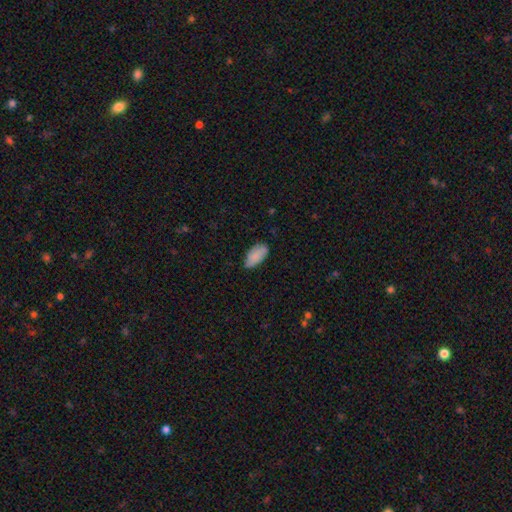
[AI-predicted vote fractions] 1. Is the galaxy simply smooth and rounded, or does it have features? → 85% smooth, 8% featured or disk, 6% star or artifact.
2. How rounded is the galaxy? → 93% in between, 5% cigar-shaped, 2% round.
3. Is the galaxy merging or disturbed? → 68% none, 27% minor disturbance, 4% major disturbance, 1% merger.